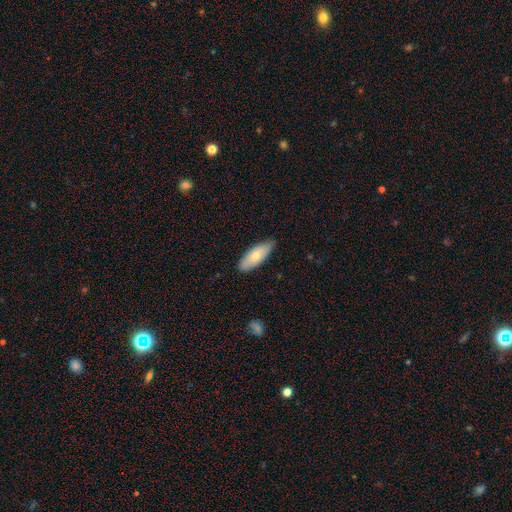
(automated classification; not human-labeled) smooth-or-featured: smooth: 72% | featured or disk: 23% | star or artifact: 6%
  how-rounded: in between: 75% | cigar-shaped: 23% | round: 2%
  merging: none: 82% | minor disturbance: 15% | major disturbance: 2% | merger: 1%